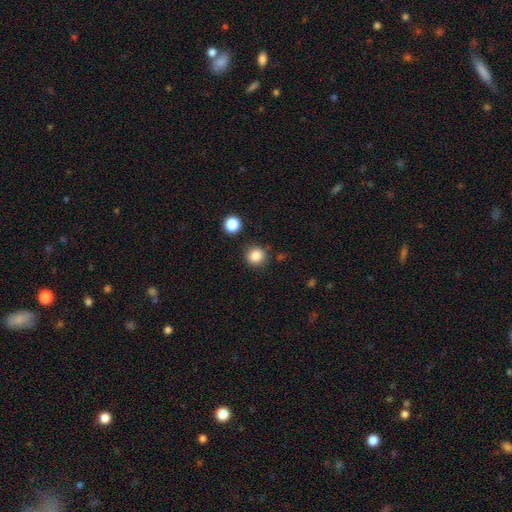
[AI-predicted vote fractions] Smooth or featured? Predicted: smooth (p=0.86). How rounded? Predicted: round (p=0.91). Merging? Predicted: none (p=0.86).